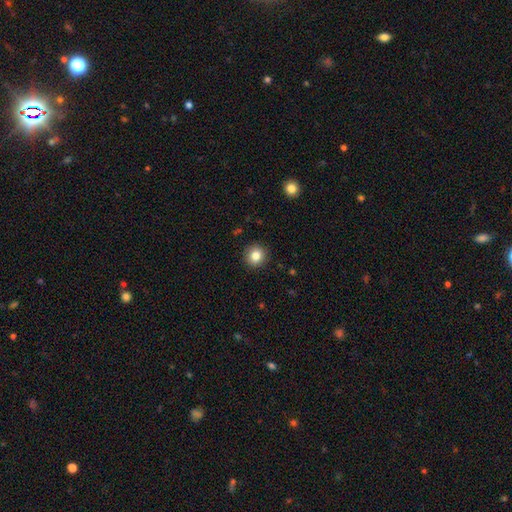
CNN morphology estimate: Smooth or featured? Predicted: smooth (p=0.82). How rounded? Predicted: round (p=0.92). Merging? Predicted: none (p=0.92).